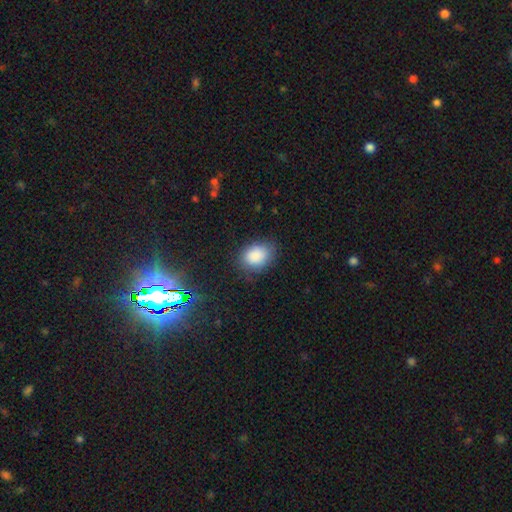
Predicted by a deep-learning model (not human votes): smooth_or_featured: smooth (p=0.87) [alt: star or artifact p=0.08]
how_rounded: in between (p=0.70) [alt: round p=0.29]
merging: none (p=0.78) [alt: minor disturbance p=0.16]